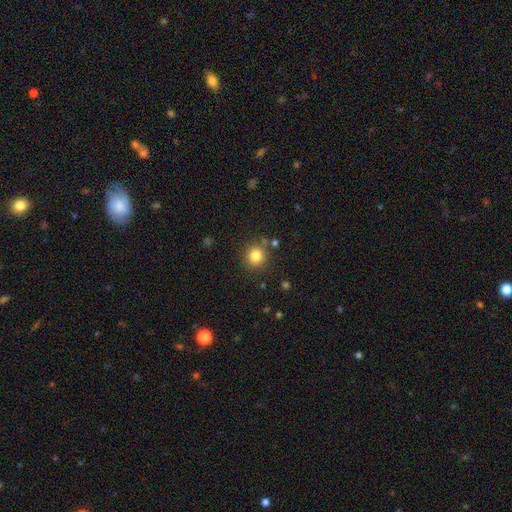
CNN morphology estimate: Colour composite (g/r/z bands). It shows a smooth galaxy with no disk features (82%) that is round (93%). Merging: none (84%).